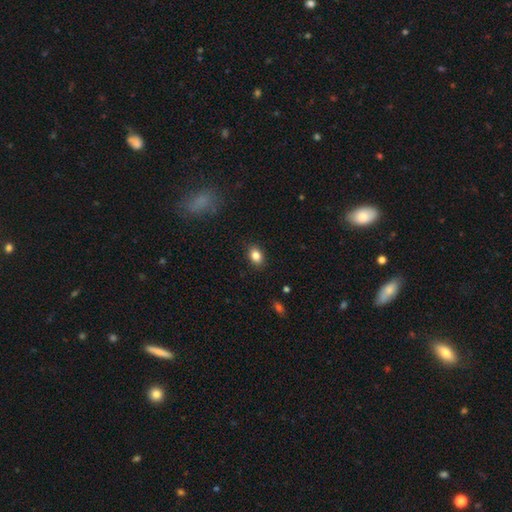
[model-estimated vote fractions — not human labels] smooth 85%, star or artifact 9%, featured or disk 6%. Down the decision tree: how rounded — in between (74%); merging — none (88%).